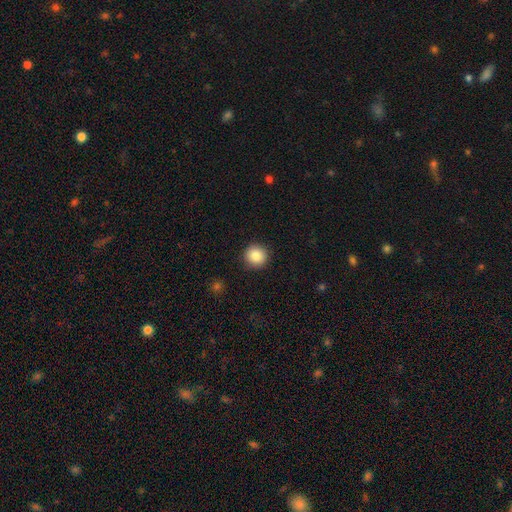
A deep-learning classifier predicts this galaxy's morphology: type=smooth (86%); roundness=round (94%); merging=none (92%).